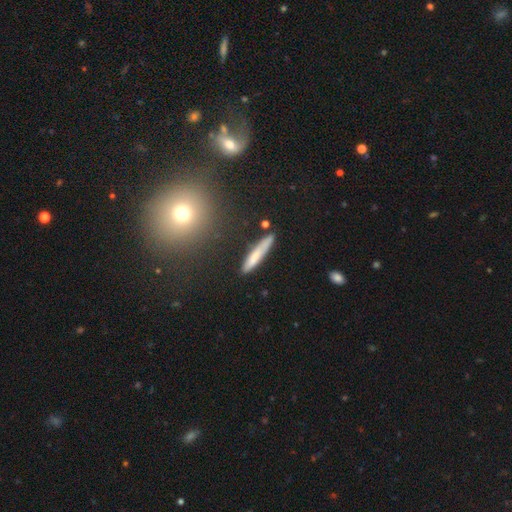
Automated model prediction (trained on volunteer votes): Morphology: type=smooth (69%); roundness=cigar-shaped (93%); merging=none (82%).